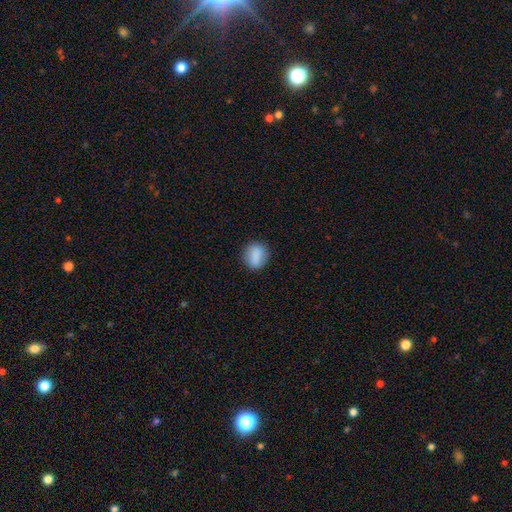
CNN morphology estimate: A smooth galaxy with no disk features (83%) that is round (53%).

Vote fractions:
- Smooth or featured? smooth: 83% / featured or disk: 9% / star or artifact: 8%
- How rounded? round: 53% / in between: 44% / cigar-shaped: 3%
- Merging? none: 84% / minor disturbance: 11% / major disturbance: 3% / merger: 2%